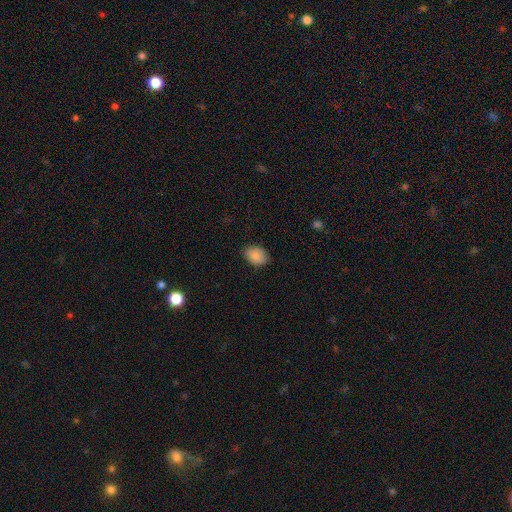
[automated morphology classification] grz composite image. It shows a smooth galaxy with no disk features (88%) that is in between round and cigar-shaped (77%). Merging: none (82%).